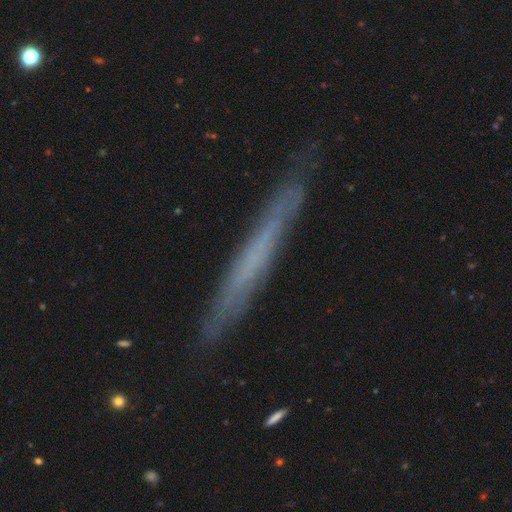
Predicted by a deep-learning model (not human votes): A featured or disk galaxy (52%) viewed edge-on (89%). Merging: none (83%).